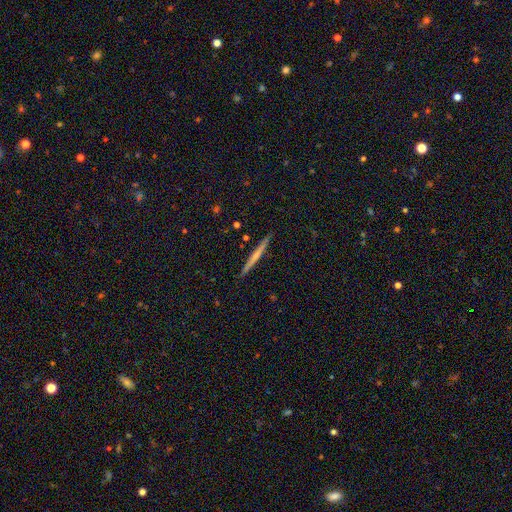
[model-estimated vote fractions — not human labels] Overall: featured or disk (49%; smooth 45%). Merging: none (91%).